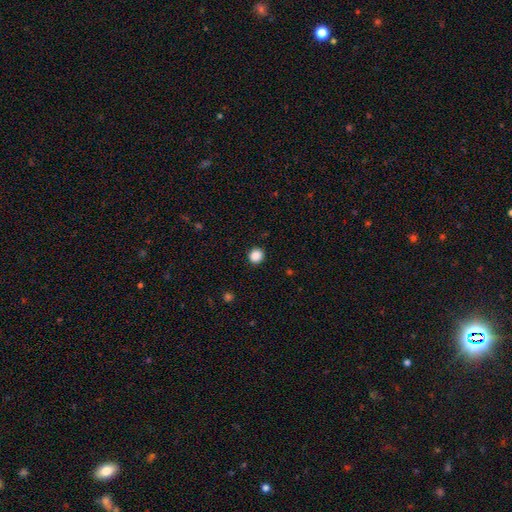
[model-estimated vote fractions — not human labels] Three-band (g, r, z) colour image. It shows a smooth galaxy with no disk features (88%) that is round (91%). Merging: none (92%).